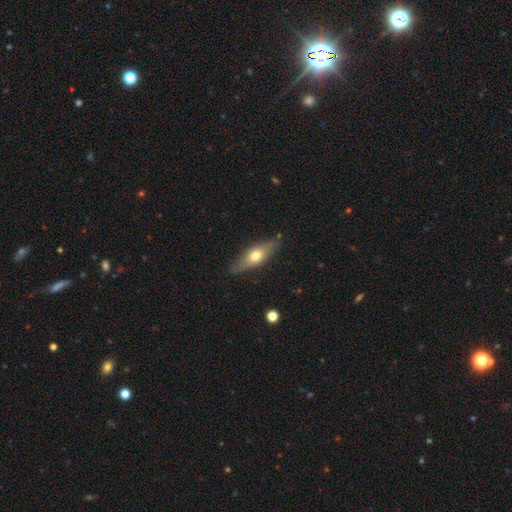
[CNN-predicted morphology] Smooth or featured? Predicted: smooth (p=0.52). How rounded? Predicted: in between (p=0.50). Merging? Predicted: none (p=0.83).